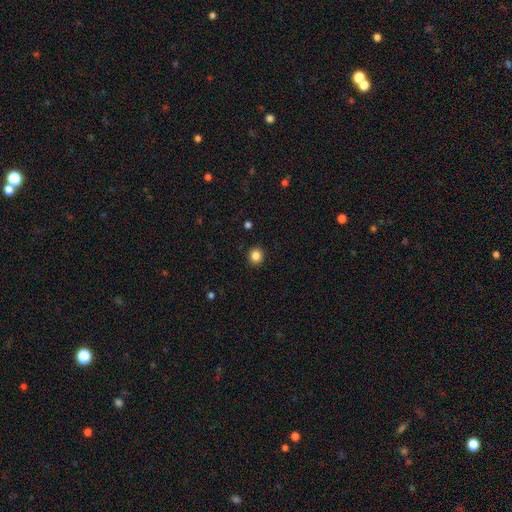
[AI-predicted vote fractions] The model was most divided on "smooth or featured": smooth: 85%, star or artifact: 11%, featured or disk: 4%. More confident: merging — none (92%); how rounded — round (88%).